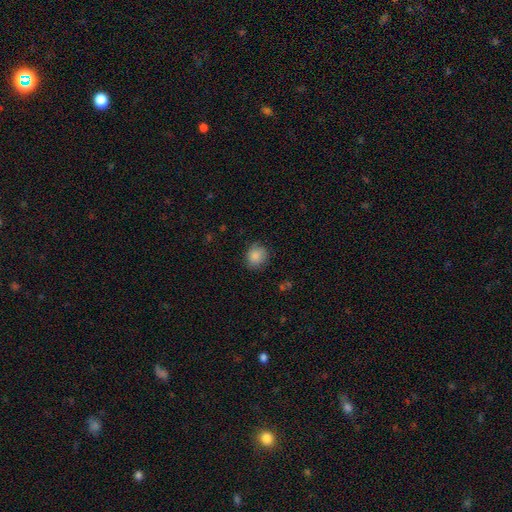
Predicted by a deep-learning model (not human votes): Morphology: type=smooth (86%); roundness=round (79%); merging=none (78%).